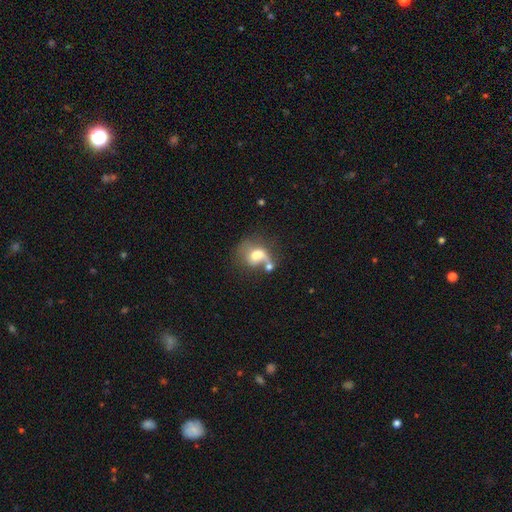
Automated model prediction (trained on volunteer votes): Morphology: type=smooth (56%); roundness=in between (57%); merging=merger (36%).